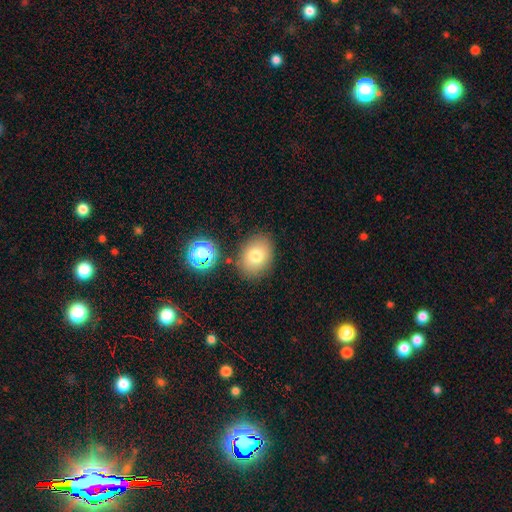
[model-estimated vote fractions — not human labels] smooth_or_featured: smooth (p=0.76) [alt: star or artifact p=0.12]
how_rounded: in between (p=0.55) [alt: round p=0.44]
merging: none (p=0.82) [alt: minor disturbance p=0.11]